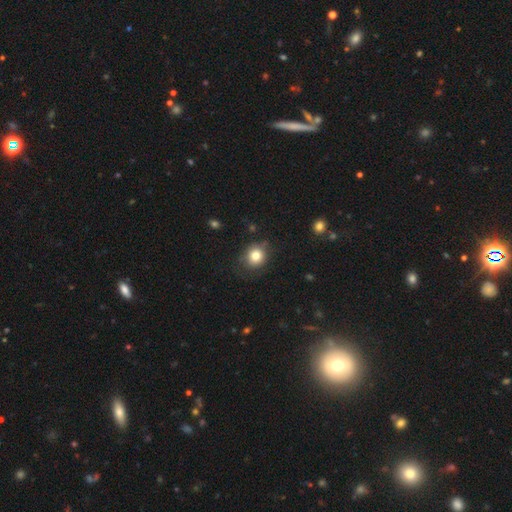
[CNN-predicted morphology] This appears to be a smooth galaxy with no disk features (80%) that is round (82%). Merging: none (80%).